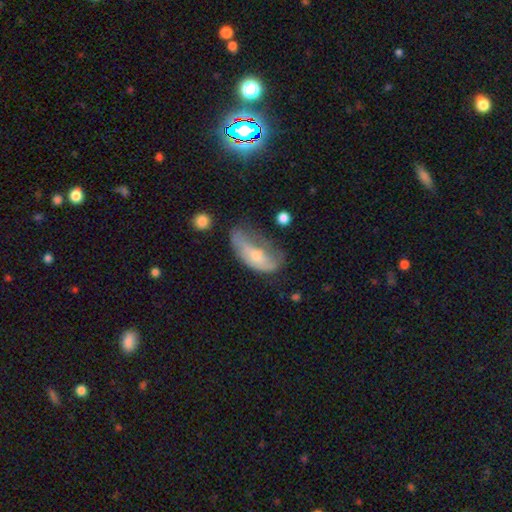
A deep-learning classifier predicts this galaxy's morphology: The model was most divided on "smooth or featured": smooth: 49%, featured or disk: 42%, star or artifact: 9%. Remaining: merging — major disturbance (41%).